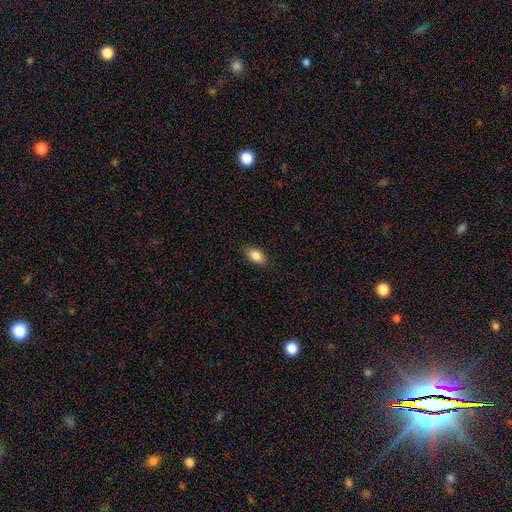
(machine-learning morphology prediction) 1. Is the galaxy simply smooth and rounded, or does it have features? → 86% smooth, 7% star or artifact, 6% featured or disk.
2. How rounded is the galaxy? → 92% in between, 5% round, 3% cigar-shaped.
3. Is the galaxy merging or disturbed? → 87% none, 10% minor disturbance, 2% major disturbance, 1% merger.